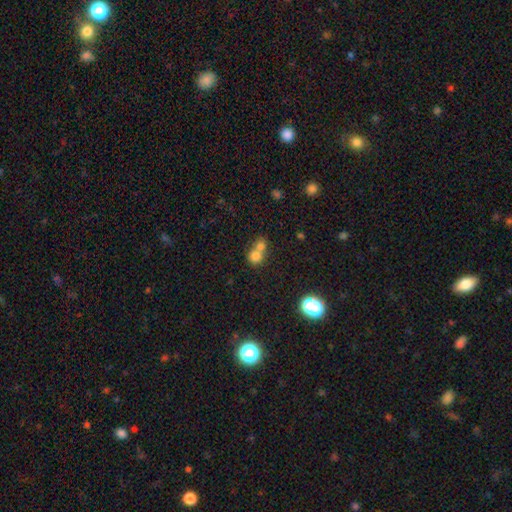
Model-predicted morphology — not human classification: smooth-or-featured: smooth: 75% | star or artifact: 13% | featured or disk: 12%
  how-rounded: round: 81% | in between: 18% | cigar-shaped: 1%
  merging: merger: 61% | none: 32% | minor disturbance: 5% | major disturbance: 2%